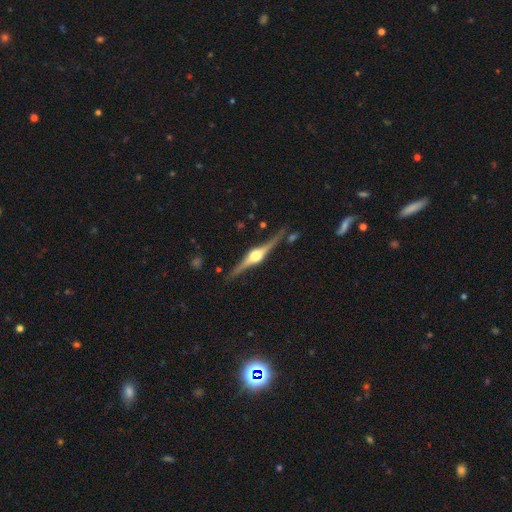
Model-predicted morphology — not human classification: smooth-or-featured: featured or disk: 89% | smooth: 7% | star or artifact: 5%
  disk-edge-on: yes: 98% | no: 2%
    edge-on-bulge: rounded: 95% | boxy: 4% | none: 1%
  merging: none: 84% | minor disturbance: 11% | merger: 3% | major disturbance: 2%